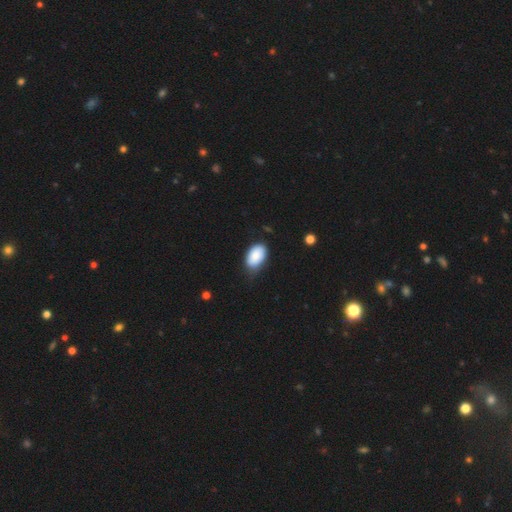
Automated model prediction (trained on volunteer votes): This appears to be a smooth galaxy with no disk features (85%) that is in between round and cigar-shaped (93%). Merging: none (62%).